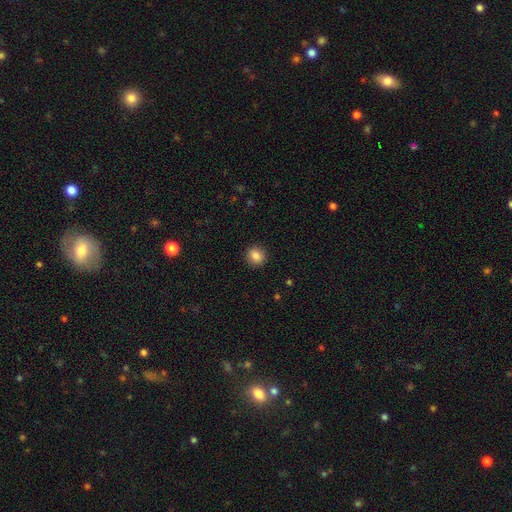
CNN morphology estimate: This is clearly a smooth galaxy (86%). How rounded: clearly round (83%). Merging: clearly none (91%).